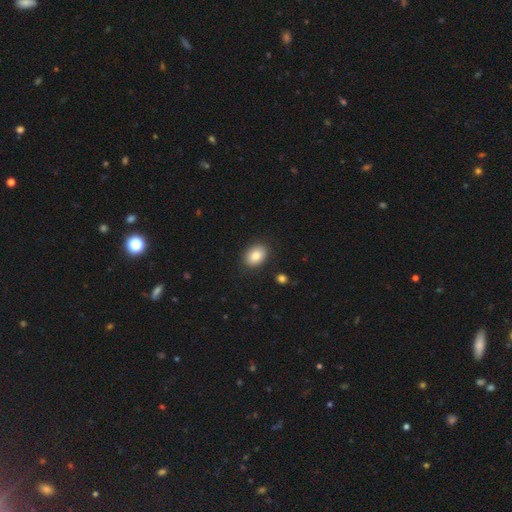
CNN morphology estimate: type=smooth (84%); roundness=in between (67%); merging=none (87%).